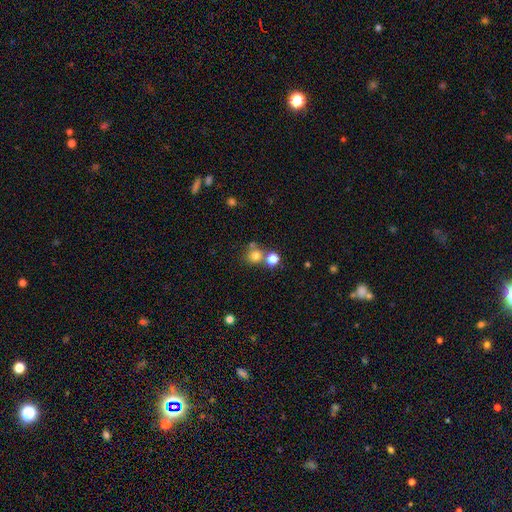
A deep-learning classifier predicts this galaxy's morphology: Q: Smooth or featured?
A: smooth (76%); runner-up: star or artifact (16%)
Q: How rounded?
A: round (87%); runner-up: in between (12%)
Q: Merging?
A: none (58%); runner-up: merger (30%)